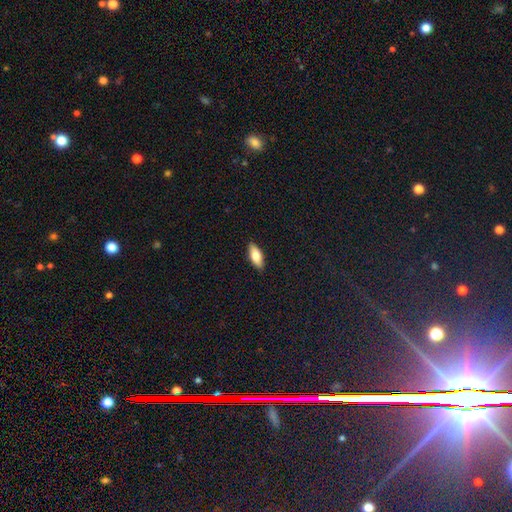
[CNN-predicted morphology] type=smooth (77%); roundness=in between (81%); merging=none (89%).